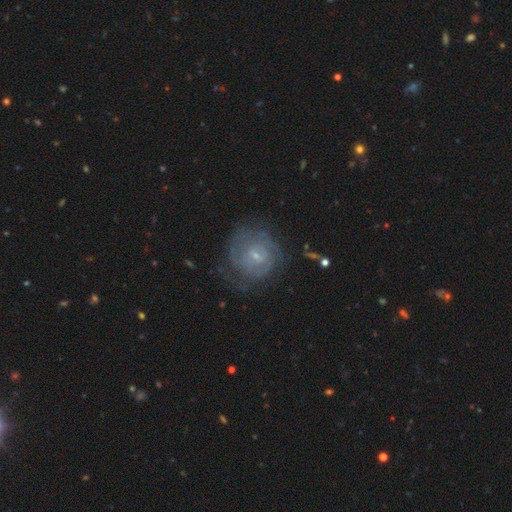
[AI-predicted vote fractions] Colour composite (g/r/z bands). It shows a featured or disk galaxy (73%) with a weak bar (48%), tight (63%) spiral arms (83%) and a small central bulge (75%). Merging: none (64%).